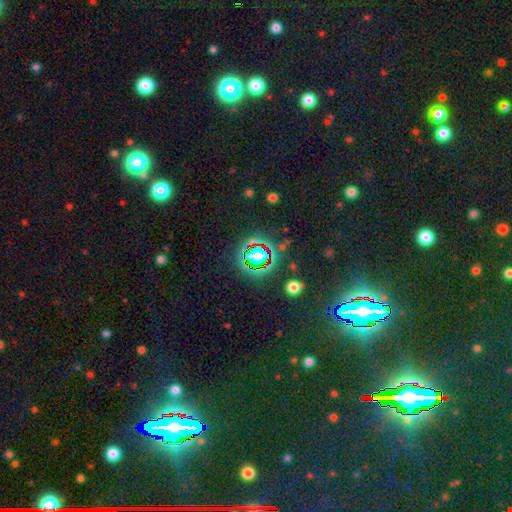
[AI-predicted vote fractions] This is likely a star or artifact rather than a galaxy (60%).